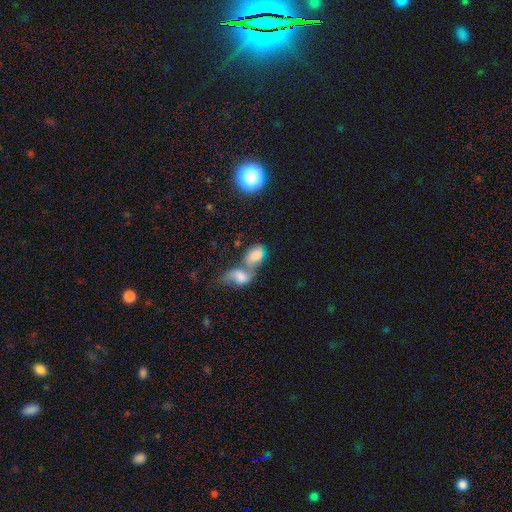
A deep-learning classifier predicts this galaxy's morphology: Q: Smooth or featured?
A: smooth (61%); runner-up: featured or disk (23%)
Q: How rounded?
A: in between (76%); runner-up: round (21%)
Q: Merging?
A: merger (72%); runner-up: none (15%)